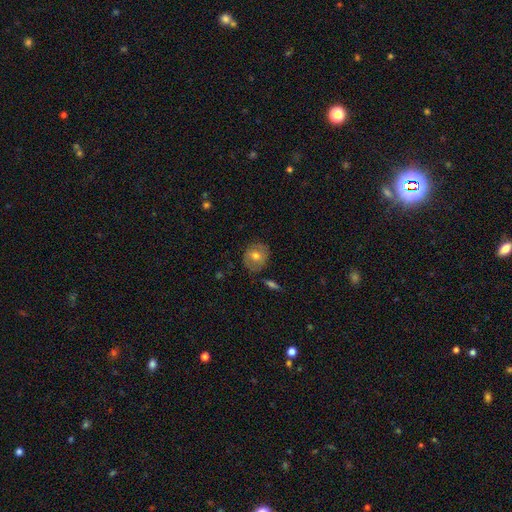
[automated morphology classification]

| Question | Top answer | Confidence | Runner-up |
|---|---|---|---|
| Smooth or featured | smooth | 56% | featured or disk (36%) |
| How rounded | round | 76% | in between (23%) |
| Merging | none | 77% | minor disturbance (16%) |